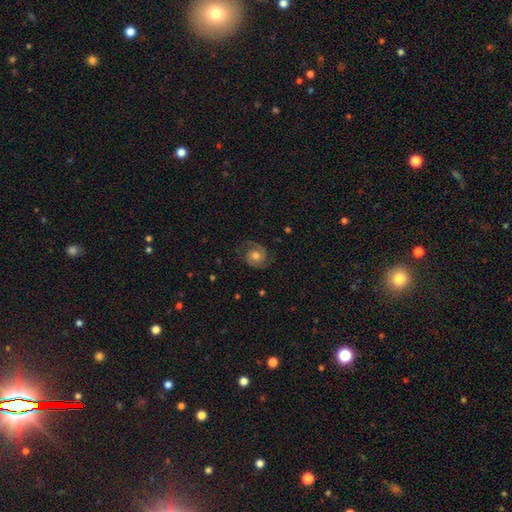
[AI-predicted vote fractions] Q: Smooth or featured?
A: featured or disk (71%); runner-up: smooth (21%)
Q: Edge-on disk?
A: no (98%); runner-up: yes (2%)
Q: Bar?
A: no (76%); runner-up: weak (20%)
Q: Spiral arms?
A: yes (93%); runner-up: no (7%)
Q: Spiral winding?
A: medium (43%); runner-up: tight (41%)
Q: Spiral arm count?
A: 2 (85%); runner-up: can't tell (6%)
Q: Bulge size?
A: moderate (70%); runner-up: small (19%)
Q: Merging?
A: none (75%); runner-up: minor disturbance (16%)